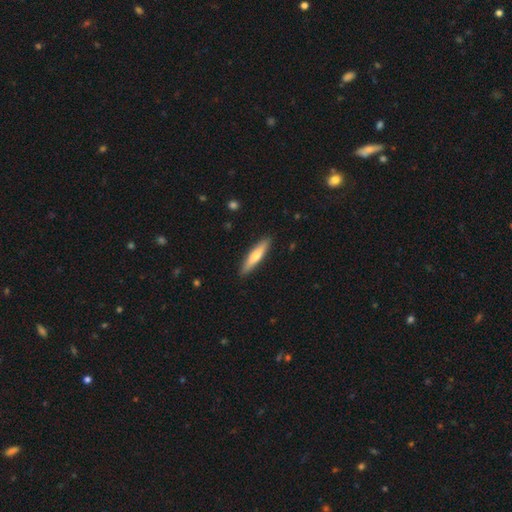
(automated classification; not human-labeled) This is possibly a smooth galaxy (59%). How rounded: clearly cigar-shaped (84%). Merging: clearly none (90%).